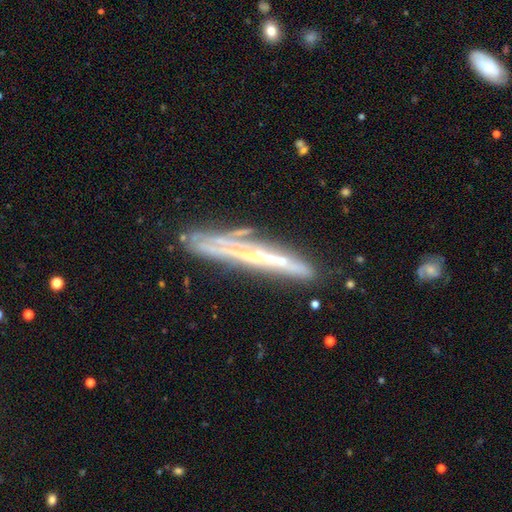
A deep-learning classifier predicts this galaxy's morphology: Smooth or featured?
  - featured or disk: 66% *
  - smooth: 25%
  - star or artifact: 9%
Edge-on disk?
  - yes: 82% *
  - no: 18%
Edge-on bulge?
  - none: 71% *
  - rounded: 23%
  - boxy: 6%
Merging?
  - none: 73% *
  - minor disturbance: 18%
  - major disturbance: 5%
  - merger: 4%